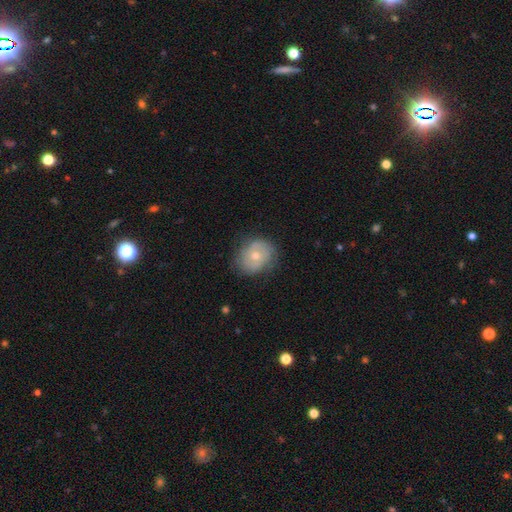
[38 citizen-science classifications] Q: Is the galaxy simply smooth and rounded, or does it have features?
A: smooth — 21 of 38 (55%).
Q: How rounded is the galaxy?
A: round — 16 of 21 (76%).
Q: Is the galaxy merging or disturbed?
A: none — 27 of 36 (75%).